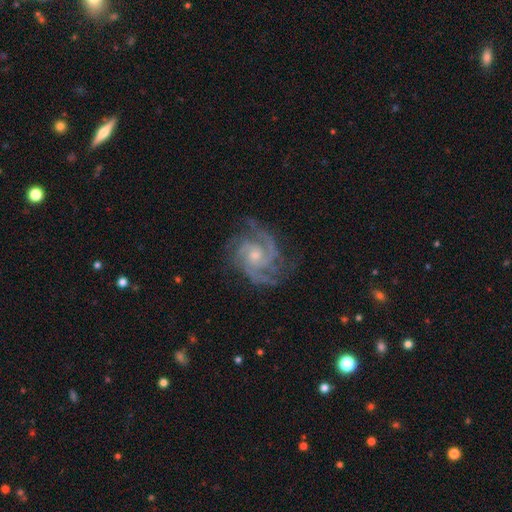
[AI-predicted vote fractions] The model was most divided on "bulge size": small: 55%, moderate: 40%, none: 3%, large: 2%, dominant: 1%. Remaining: spiral arms — yes (98%); edge-on disk — no (98%); smooth or featured — featured or disk (92%); merging — none (72%); bar — no (70%); spiral winding — tight (56%); spiral arm count — 3 (41%).